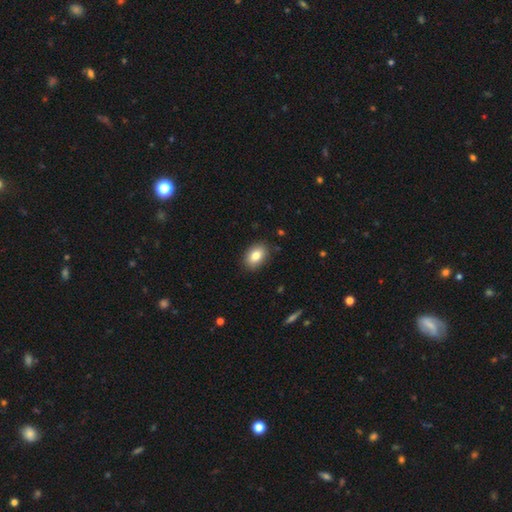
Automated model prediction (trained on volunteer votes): Smooth or featured: smooth — 84% (featured or disk — 9%)
How rounded: in between — 85% (round — 14%)
Merging: none — 87% (minor disturbance — 10%)